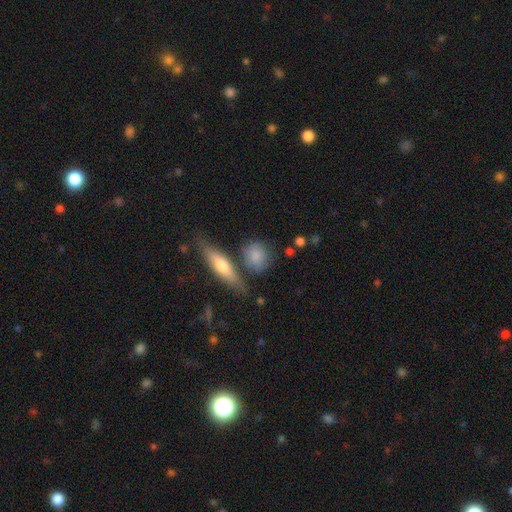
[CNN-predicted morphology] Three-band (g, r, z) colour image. It shows a smooth galaxy with no disk features (80%) that is round (66%). Merging: none (68%).